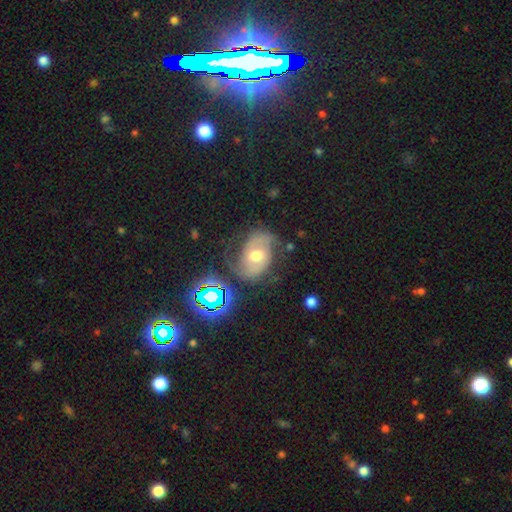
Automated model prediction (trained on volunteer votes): featured or disk 68%, smooth 19%, star or artifact 13%. Down the decision tree: edge-on disk — no (96%); bar — no (53%); spiral arms — yes (87%); spiral arm count — 2 (83%); spiral winding — medium (46%); bulge size — moderate (74%); merging — none (62%).